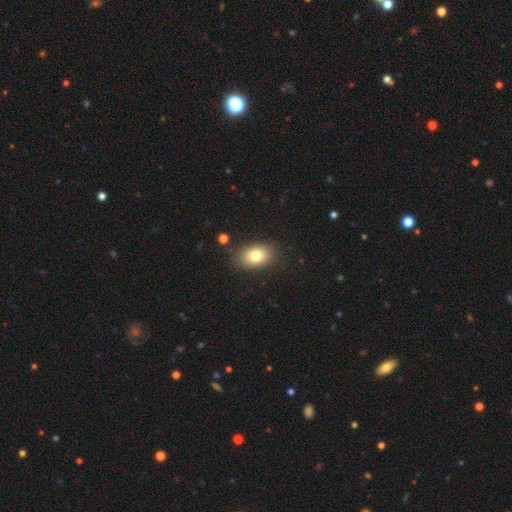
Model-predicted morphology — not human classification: type=smooth (80%); roundness=in between (82%); merging=none (83%).